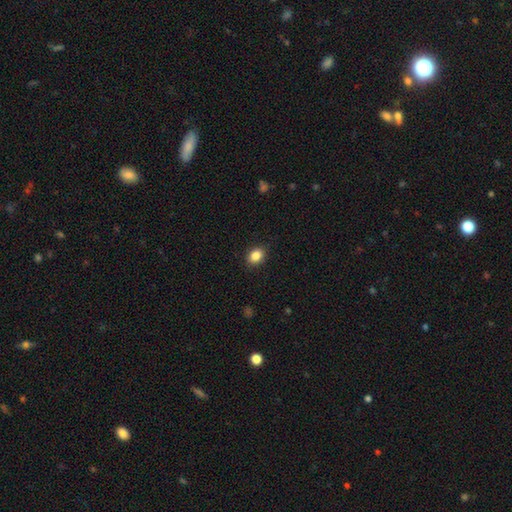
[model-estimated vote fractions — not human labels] This is clearly a smooth galaxy (86%). How rounded: possibly in between (58%). Merging: clearly none (89%).